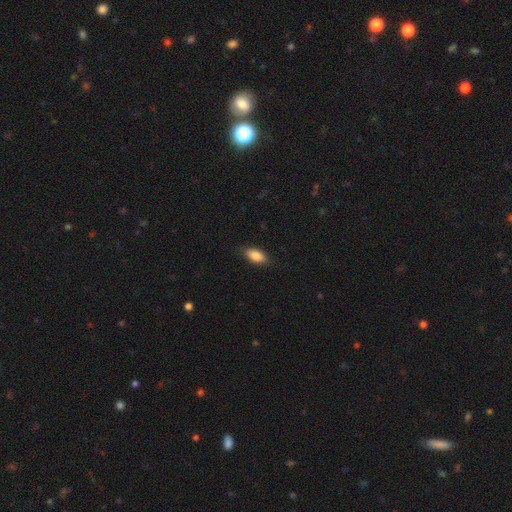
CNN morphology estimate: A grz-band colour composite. It shows a smooth galaxy with no disk features (86%) that is in between round and cigar-shaped (89%). Merging: none (84%).